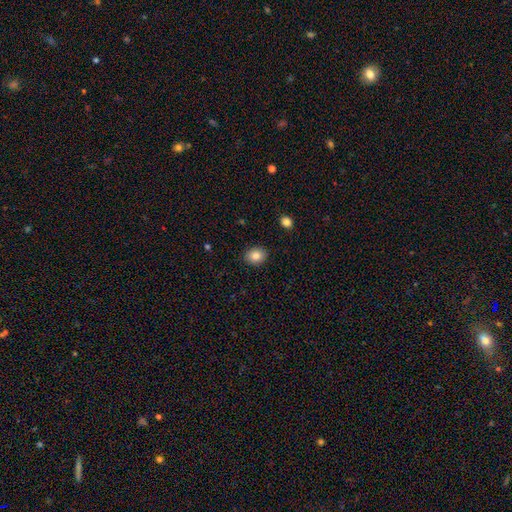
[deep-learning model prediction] smooth-or-featured: smooth: 85% | star or artifact: 9% | featured or disk: 6%
  how-rounded: round: 51% | in between: 48% | cigar-shaped: 1%
  merging: none: 89% | minor disturbance: 7% | major disturbance: 2% | merger: 1%